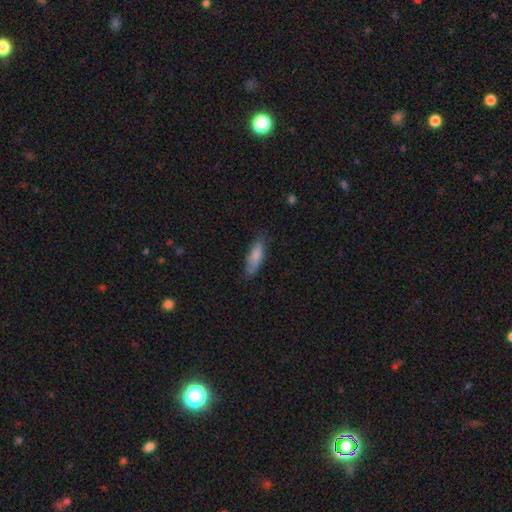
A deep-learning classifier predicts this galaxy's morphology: Smooth or featured: smooth — 80% (featured or disk — 14%)
How rounded: in between — 56% (cigar-shaped — 42%)
Merging: none — 72% (minor disturbance — 22%)